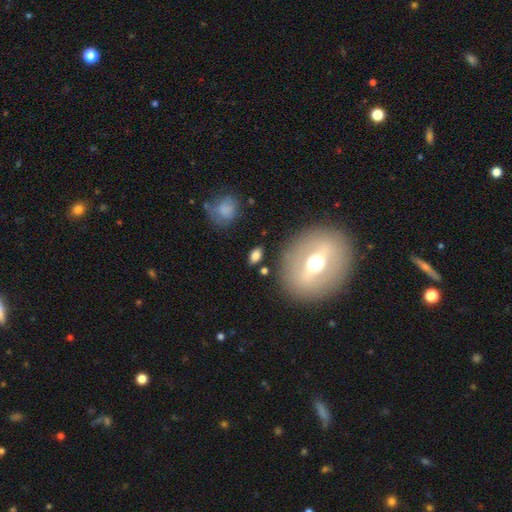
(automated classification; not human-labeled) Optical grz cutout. It shows a smooth galaxy with no disk features (70%) that is in between round and cigar-shaped (81%). Merging: none (82%).